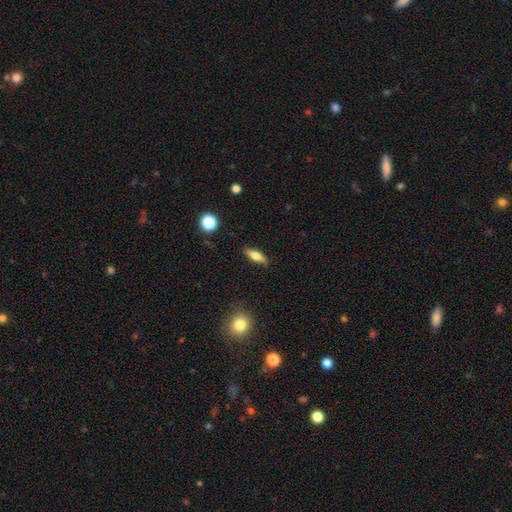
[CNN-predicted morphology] Smooth or featured? smooth (53%)
How rounded? cigar-shaped (52%)
Merging? none (84%)